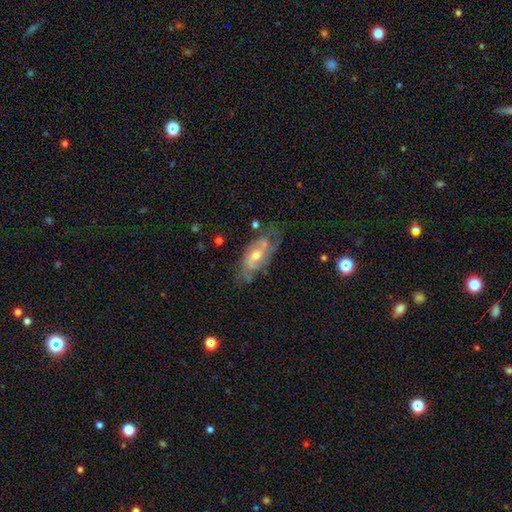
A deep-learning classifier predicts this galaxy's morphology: Q: Smooth or featured?
A: featured or disk (80%); runner-up: smooth (13%)
Q: Edge-on disk?
A: no (91%); runner-up: yes (9%)
Q: Bar?
A: no (52%); runner-up: weak (40%)
Q: Spiral arms?
A: yes (89%); runner-up: no (11%)
Q: Spiral winding?
A: tight (44%); runner-up: medium (42%)
Q: Spiral arm count?
A: 2 (45%); runner-up: can't tell (33%)
Q: Bulge size?
A: moderate (61%); runner-up: small (32%)
Q: Merging?
A: none (65%); runner-up: minor disturbance (22%)